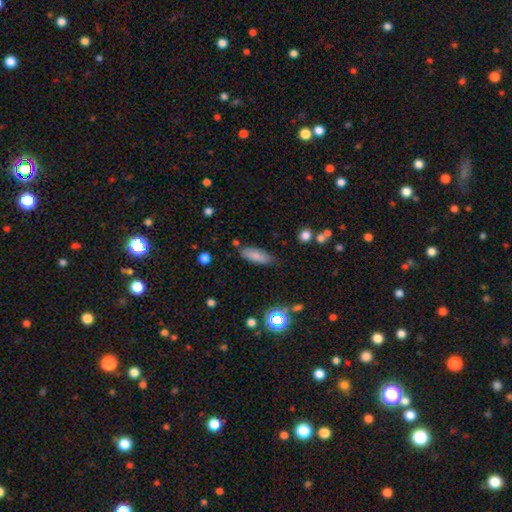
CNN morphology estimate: type=smooth (80%); roundness=in between (67%); merging=none (76%).